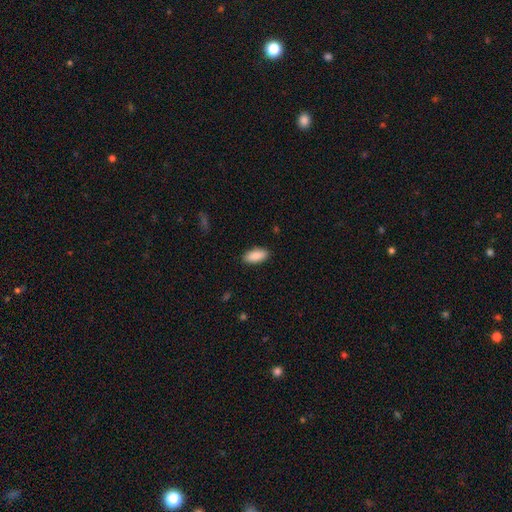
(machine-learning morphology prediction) A smooth galaxy with no disk features (90%) that is in between round and cigar-shaped (90%).

Vote fractions:
- Smooth or featured? smooth: 90% / star or artifact: 6% / featured or disk: 4%
- How rounded? in between: 90% / cigar-shaped: 9% / round: 2%
- Merging? none: 90% / minor disturbance: 8% / major disturbance: 2% / merger: 1%